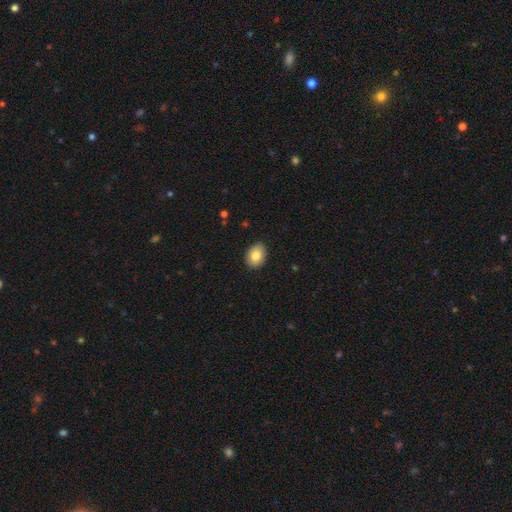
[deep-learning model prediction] Smooth or featured? smooth (82%)
How rounded? in between (74%)
Merging? none (88%)